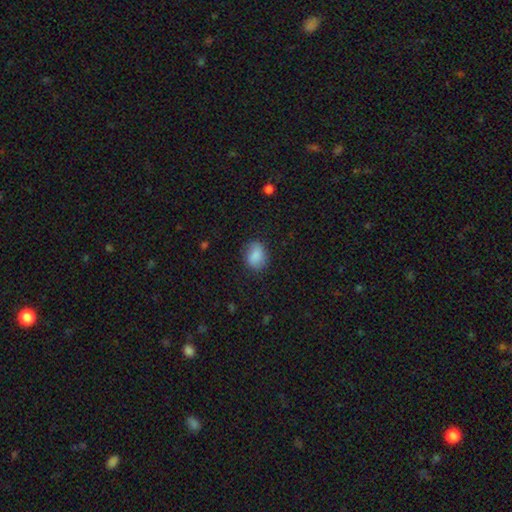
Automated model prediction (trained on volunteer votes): Smooth or featured? Predicted: smooth (p=0.83). How rounded? Predicted: in between (p=0.57). Merging? Predicted: none (p=0.77).